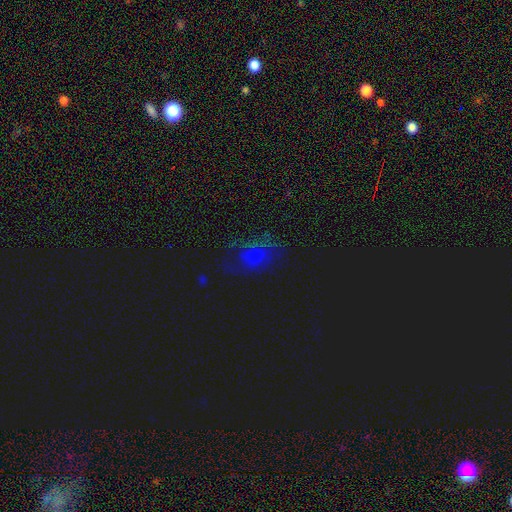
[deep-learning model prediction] The model was most divided on "smooth or featured": smooth: 43%, star or artifact: 31%, featured or disk: 26%. More confident: merging — none (55%).